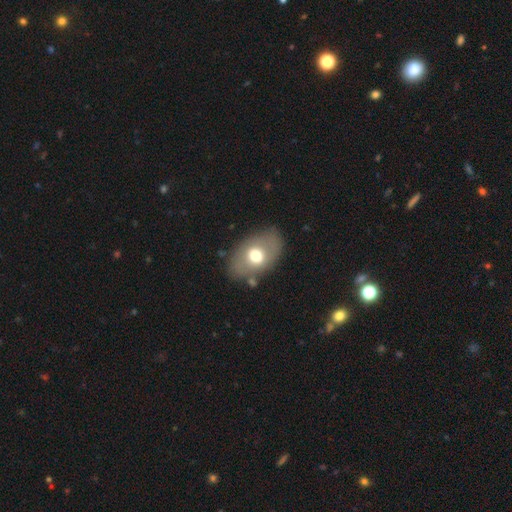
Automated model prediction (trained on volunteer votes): A smooth galaxy with no disk features (63%) that is in between round and cigar-shaped (84%). Merging: none (76%).